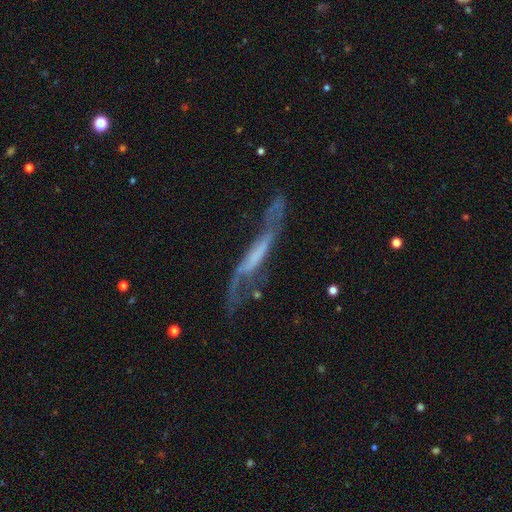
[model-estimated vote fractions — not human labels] A featured or disk galaxy (74%).

Vote fractions:
- Smooth or featured? featured or disk: 74% / smooth: 17% / star or artifact: 9%
- Edge-on disk? no: 57% / yes: 43%
- Merging? none: 44% / major disturbance: 28% / minor disturbance: 22% / merger: 6%